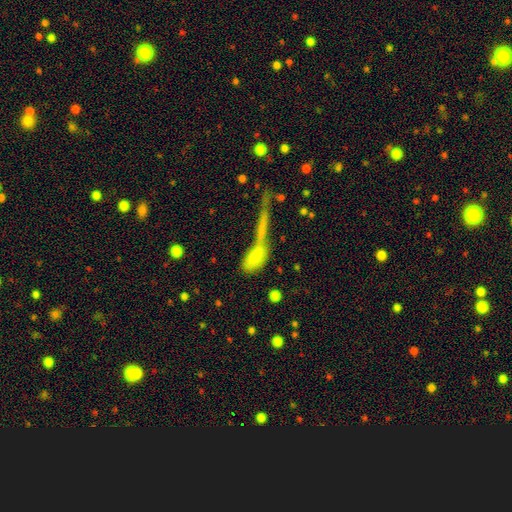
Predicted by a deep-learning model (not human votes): The model was most divided on "merging": merger: 44%, none: 33%, minor disturbance: 12%, major disturbance: 10%. More confident: smooth or featured — smooth (74%); how rounded — in between (71%).